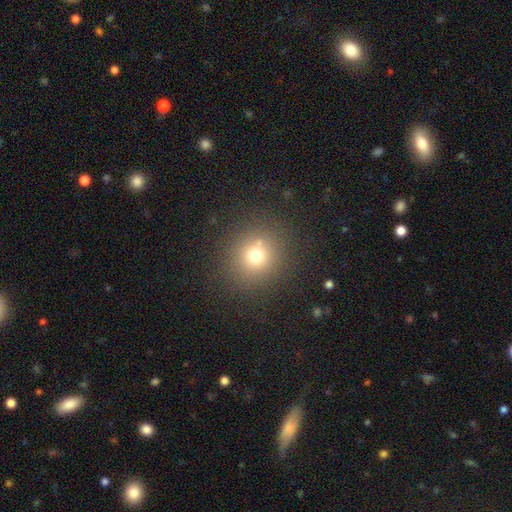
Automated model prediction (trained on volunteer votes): smooth_or_featured: smooth (p=0.71) [alt: star or artifact p=0.19]
how_rounded: round (p=0.88) [alt: in between p=0.11]
merging: none (p=0.82) [alt: minor disturbance p=0.09]